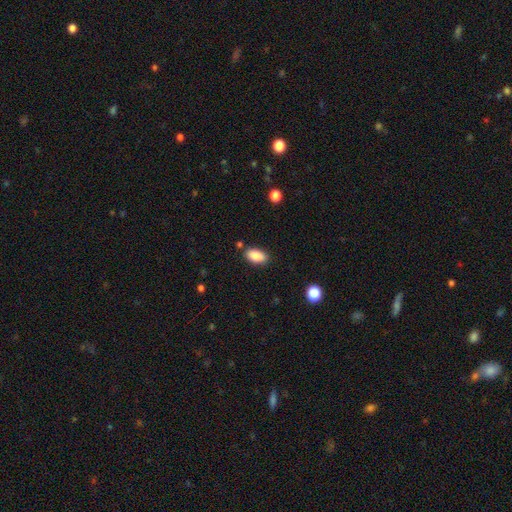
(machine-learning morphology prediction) Q: Smooth or featured?
A: smooth (87%); runner-up: star or artifact (7%)
Q: How rounded?
A: in between (93%); runner-up: cigar-shaped (4%)
Q: Merging?
A: none (82%); runner-up: minor disturbance (12%)